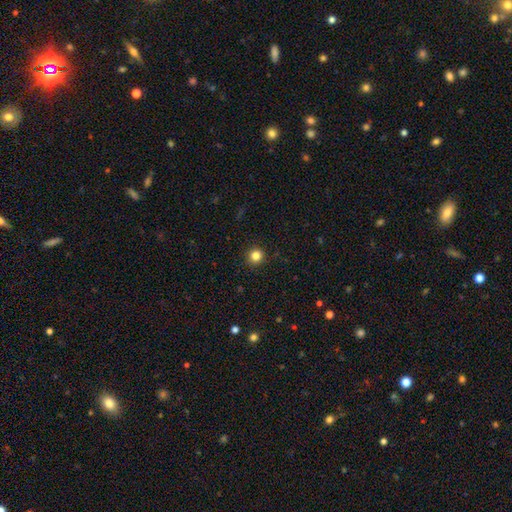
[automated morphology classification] This appears to be a smooth galaxy with no disk features (83%) that is round (94%). Merging: none (92%).